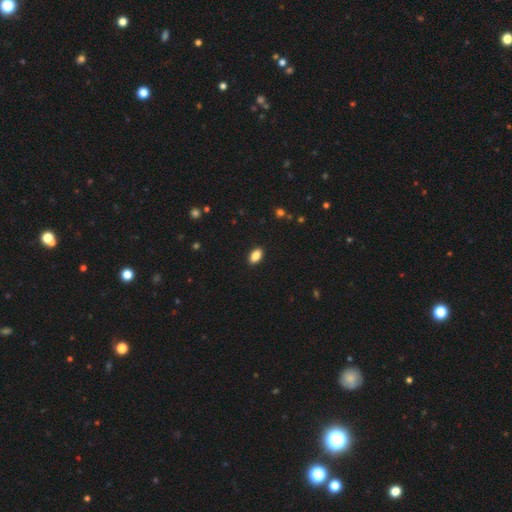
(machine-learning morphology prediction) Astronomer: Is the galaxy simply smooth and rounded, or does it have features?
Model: smooth — 87%.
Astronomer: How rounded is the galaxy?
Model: in between — 92%.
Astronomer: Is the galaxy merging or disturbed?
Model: none — 90%.